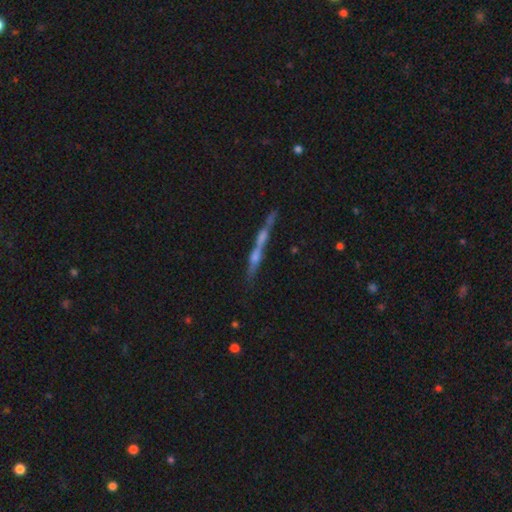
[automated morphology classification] smooth_or_featured: featured or disk (p=0.63) [alt: smooth p=0.24]
disk_edge_on: yes (p=0.87) [alt: no p=0.13]
edge_on_bulge: rounded (p=0.61) [alt: none p=0.27]
merging: none (p=0.47) [alt: merger p=0.35]